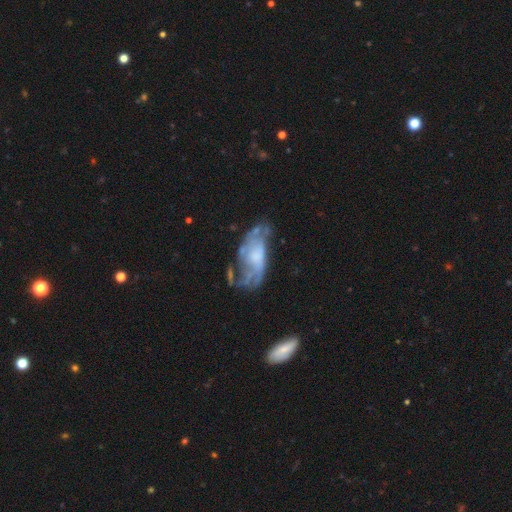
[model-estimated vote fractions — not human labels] A featured or disk galaxy (72%) with no bar (71%), spiral arms (70%) and a moderate central bulge (30%). Merging: none (39%).